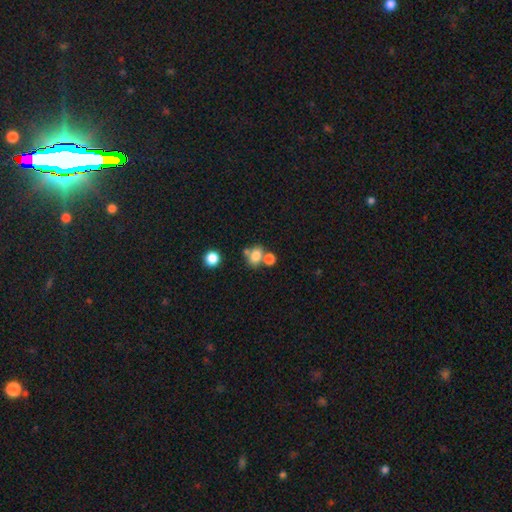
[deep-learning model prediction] smooth_or_featured: smooth (p=0.77) [alt: star or artifact p=0.12]
how_rounded: in between (p=0.55) [alt: round p=0.44]
merging: none (p=0.45) [alt: merger p=0.39]